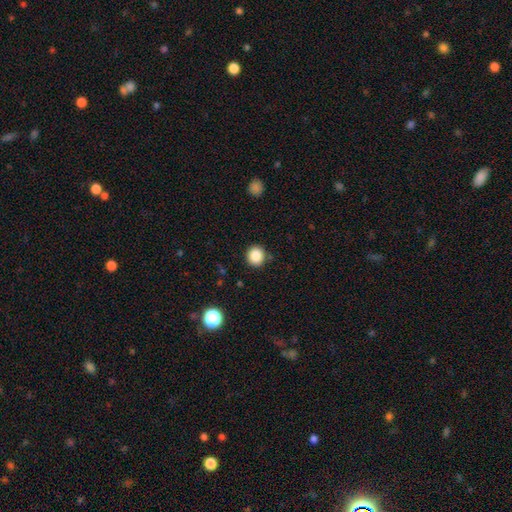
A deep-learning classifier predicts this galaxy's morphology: A smooth galaxy with no disk features (86%) that is round (89%).

Vote fractions:
- Smooth or featured? smooth: 86% / star or artifact: 10% / featured or disk: 4%
- How rounded? round: 89% / in between: 10% / cigar-shaped: 1%
- Merging? none: 89% / minor disturbance: 7% / major disturbance: 2% / merger: 2%